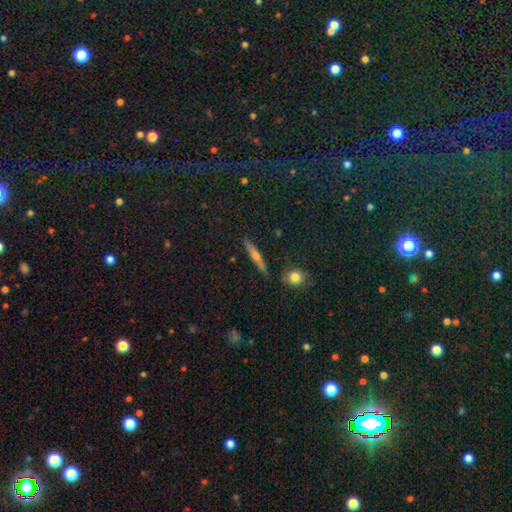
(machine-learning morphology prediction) This appears to be a featured or disk galaxy (61%) viewed edge-on (96%) with a rounded central bulge (86%). Merging: none (87%).